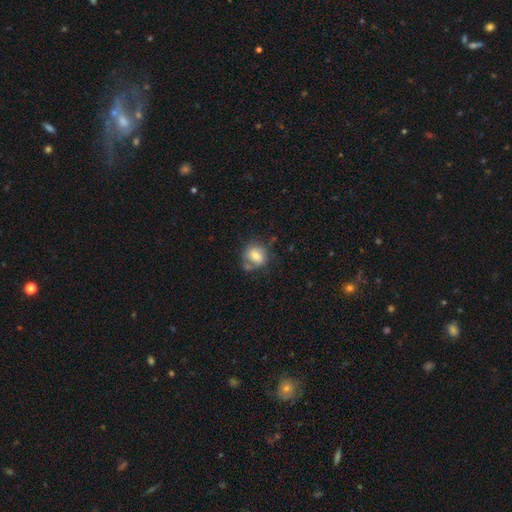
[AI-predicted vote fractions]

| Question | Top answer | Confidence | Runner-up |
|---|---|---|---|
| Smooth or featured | smooth | 66% | featured or disk (25%) |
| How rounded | round | 67% | in between (32%) |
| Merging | none | 53% | minor disturbance (25%) |